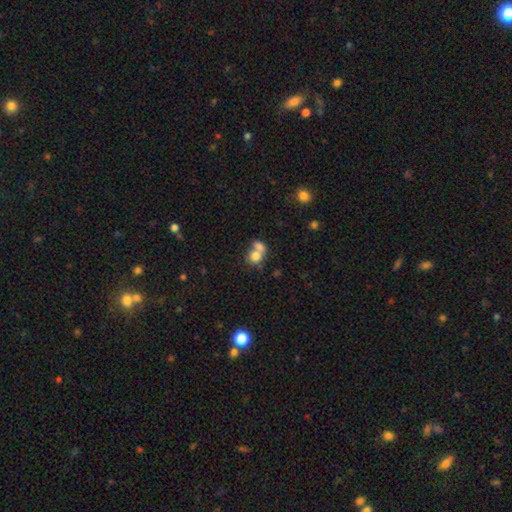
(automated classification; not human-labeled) Q: Smooth or featured?
A: smooth (76%); runner-up: featured or disk (14%)
Q: How rounded?
A: round (66%); runner-up: in between (33%)
Q: Merging?
A: merger (62%); runner-up: none (26%)